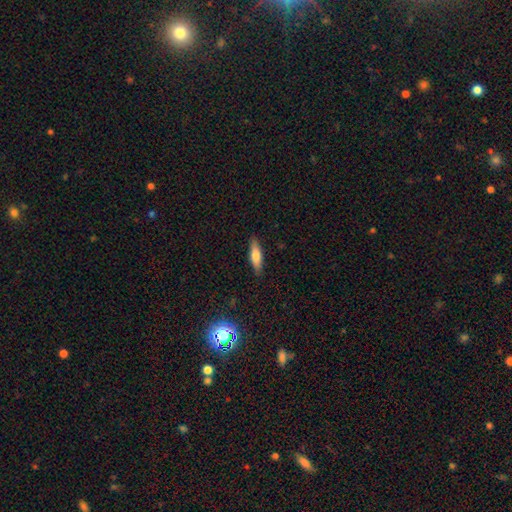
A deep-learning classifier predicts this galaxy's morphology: Q: Smooth or featured?
A: smooth (68%); runner-up: featured or disk (26%)
Q: How rounded?
A: cigar-shaped (63%); runner-up: in between (35%)
Q: Merging?
A: none (88%); runner-up: minor disturbance (9%)